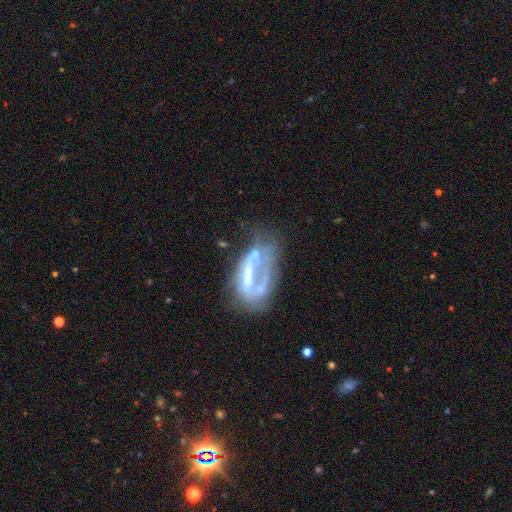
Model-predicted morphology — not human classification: Smooth or featured?
  - featured or disk: 63% *
  - smooth: 25%
  - star or artifact: 12%
Edge-on disk?
  - no: 93% *
  - yes: 7%
Bar?
  - no: 44% *
  - strong: 28%
  - weak: 28%
Spiral arms?
  - no: 69% *
  - yes: 31%
Bulge size?
  - moderate: 38% *
  - none: 27%
  - small: 24%
  - large: 9%
  - dominant: 2%
Merging?
  - major disturbance: 40% *
  - none: 25%
  - minor disturbance: 18%
  - merger: 18%